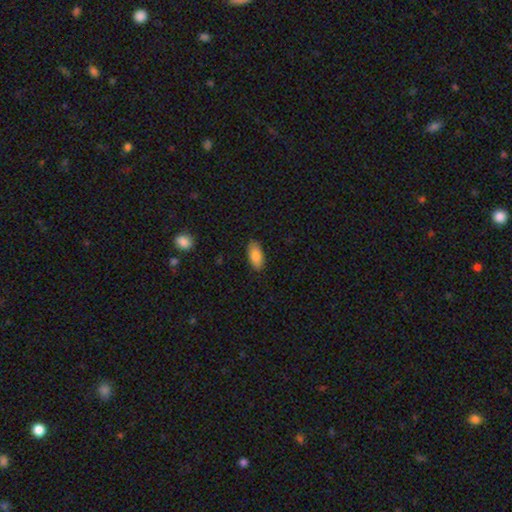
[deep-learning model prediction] Q: Smooth or featured?
A: smooth (85%); runner-up: featured or disk (8%)
Q: How rounded?
A: in between (91%); runner-up: cigar-shaped (6%)
Q: Merging?
A: none (86%); runner-up: minor disturbance (11%)